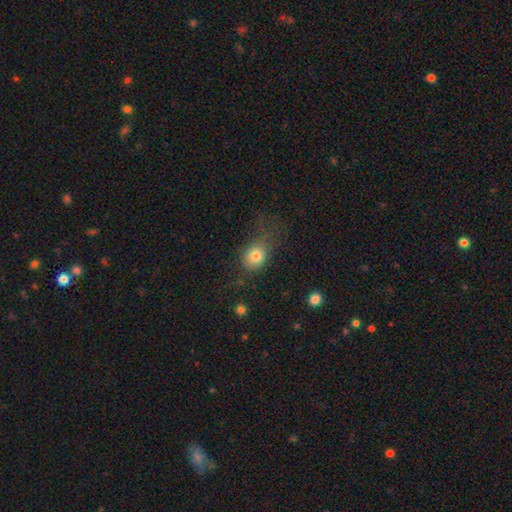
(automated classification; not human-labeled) This is likely a smooth galaxy (78%). How rounded: possibly round (50%). Merging: possibly none (46%).